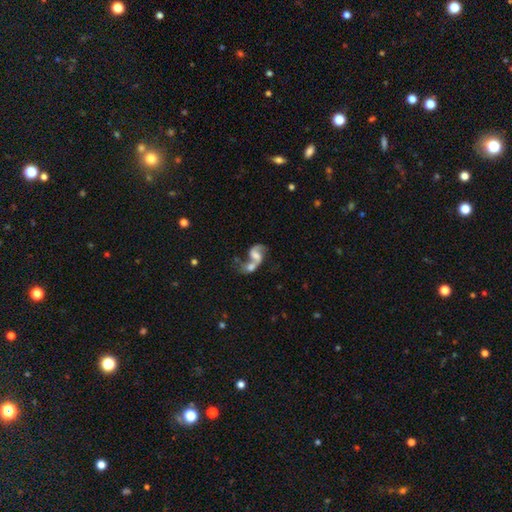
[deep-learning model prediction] Smooth or featured: featured or disk — 73% (smooth — 19%)
Edge-on disk: no — 97% (yes — 3%)
Bar: weak — 41% (no — 39%)
Spiral arms: yes — 87% (no — 13%)
Spiral winding: loose — 68% (medium — 26%)
Spiral arm count: 2 — 80% (1 — 13%)
Bulge size: moderate — 30% (none — 29%)
Merging: merger — 59% (none — 21%)